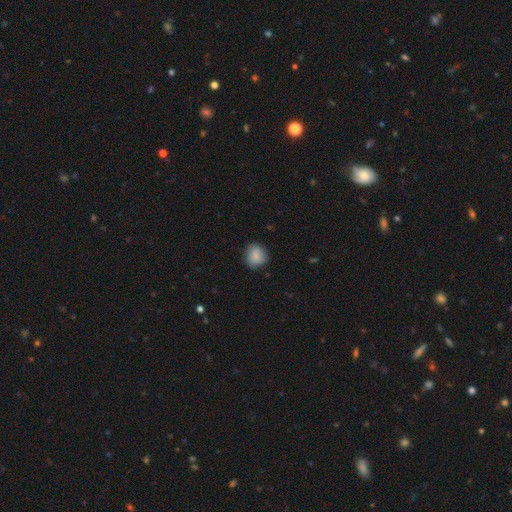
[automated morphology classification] type=smooth (83%); roundness=round (78%); merging=none (75%).